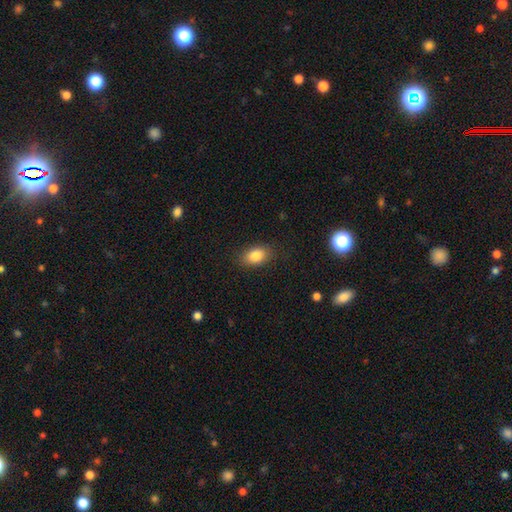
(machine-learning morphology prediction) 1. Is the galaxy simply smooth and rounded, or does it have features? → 85% smooth, 8% star or artifact, 7% featured or disk.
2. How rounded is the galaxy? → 86% in between, 12% round, 2% cigar-shaped.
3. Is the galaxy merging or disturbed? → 85% none, 11% minor disturbance, 3% major disturbance, 1% merger.